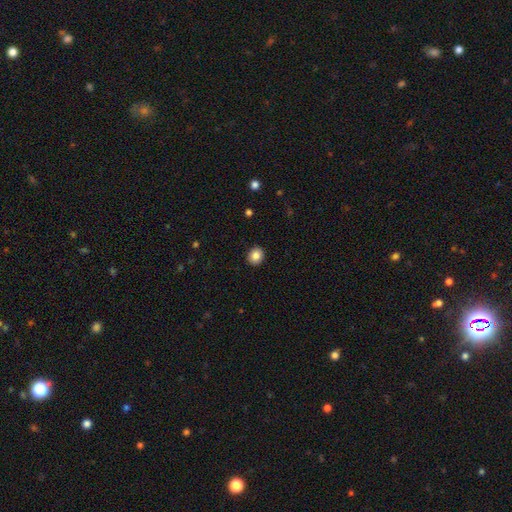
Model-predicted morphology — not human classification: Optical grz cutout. It shows a smooth galaxy with no disk features (85%) that is round (75%). Merging: none (92%).